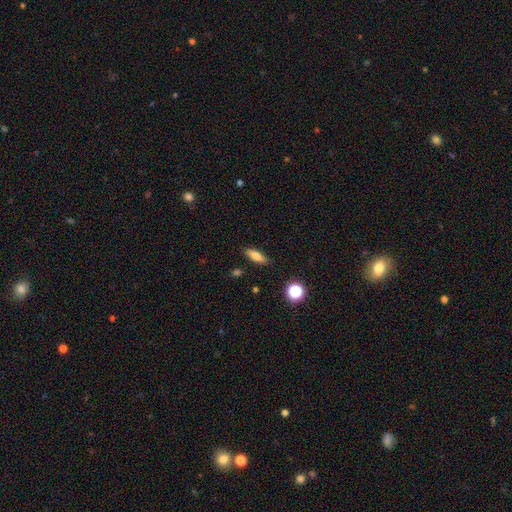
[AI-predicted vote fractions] The model was most divided on "how rounded": in between: 57%, cigar-shaped: 39%, round: 4%. More confident: merging — none (83%); smooth or featured — smooth (73%).